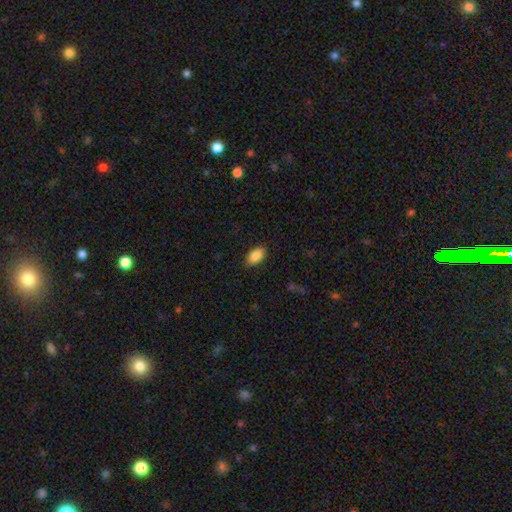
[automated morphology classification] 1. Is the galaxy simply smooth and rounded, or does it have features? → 87% smooth, 7% star or artifact, 5% featured or disk.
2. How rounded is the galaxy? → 93% in between, 5% round, 2% cigar-shaped.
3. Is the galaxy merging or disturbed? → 88% none, 9% minor disturbance, 2% major disturbance, 1% merger.